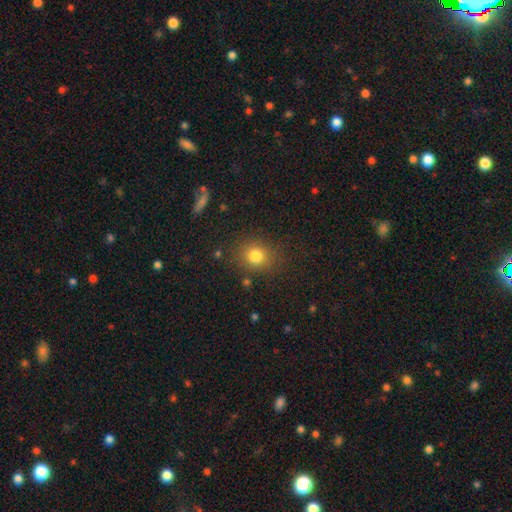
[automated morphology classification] Smooth or featured: smooth — 80% (star or artifact — 13%)
How rounded: round — 75% (in between — 24%)
Merging: none — 83% (minor disturbance — 11%)